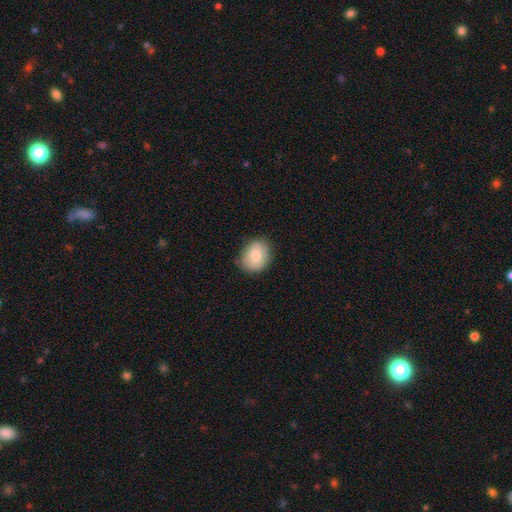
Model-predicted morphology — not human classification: This appears to be a smooth galaxy with no disk features (78%) that is round (55%). Merging: none (75%).